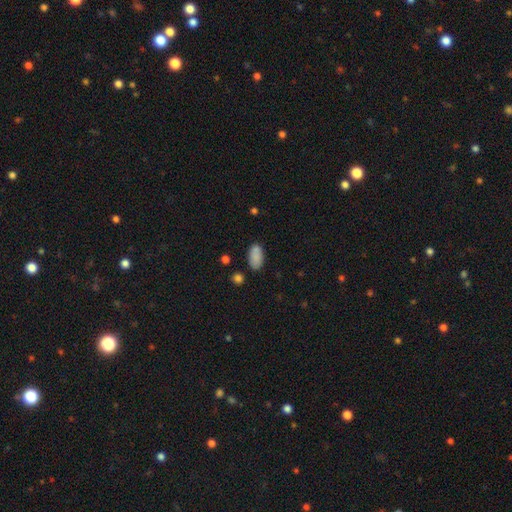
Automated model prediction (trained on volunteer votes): The model was most divided on "merging": none: 74%, minor disturbance: 15%, merger: 7%, major disturbance: 4%. More confident: how rounded — in between (93%); smooth or featured — smooth (85%).